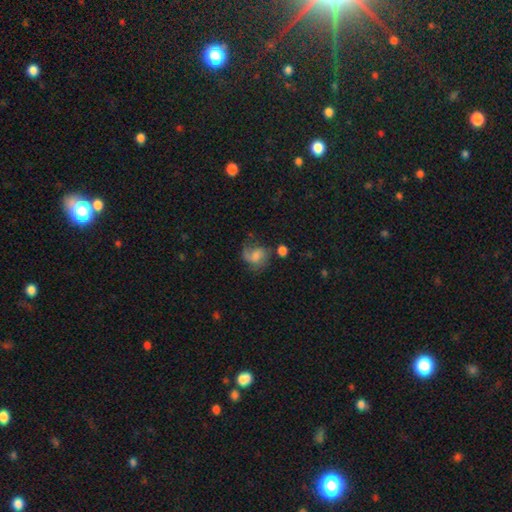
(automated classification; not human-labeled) Smooth or featured: featured or disk — 50% (smooth — 39%)
Merging: none — 44% (major disturbance — 26%)